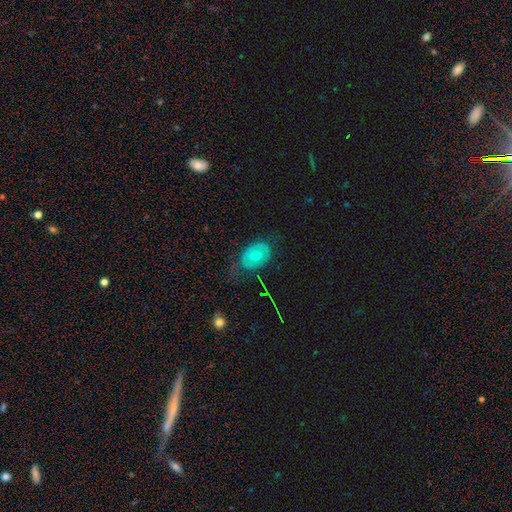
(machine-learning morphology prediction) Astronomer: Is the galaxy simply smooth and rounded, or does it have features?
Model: smooth — 46% (runner-up: featured or disk, 45%).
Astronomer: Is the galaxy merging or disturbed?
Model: none — 62%.